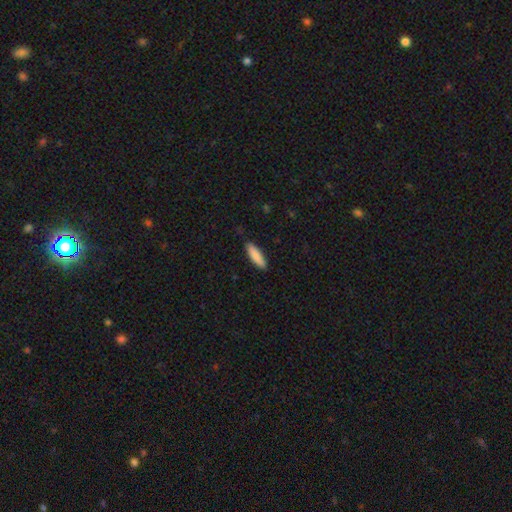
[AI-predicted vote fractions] smooth_or_featured: smooth (p=0.88) [alt: featured or disk p=0.07]
how_rounded: cigar-shaped (p=0.64) [alt: in between p=0.34]
merging: none (p=0.88) [alt: minor disturbance p=0.09]